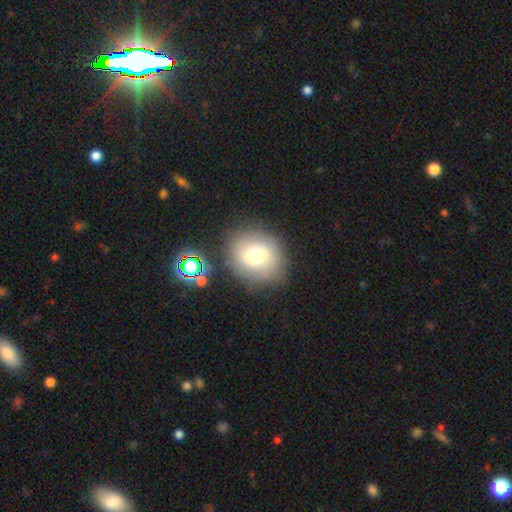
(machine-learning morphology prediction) This is likely a smooth galaxy (71%). How rounded: likely round (74%). Merging: likely none (79%).